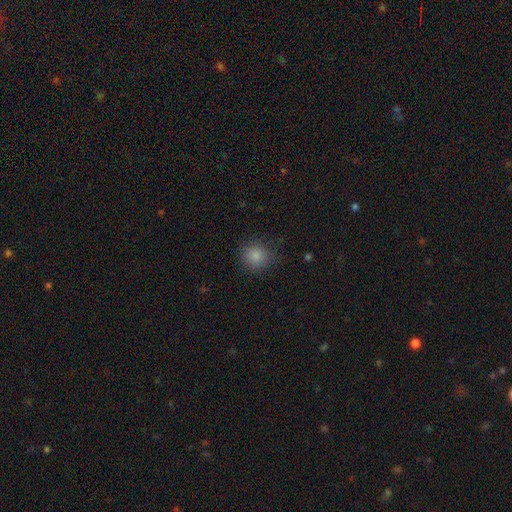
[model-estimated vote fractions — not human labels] This is clearly a smooth galaxy (84%). How rounded: clearly round (88%). Merging: clearly none (84%).